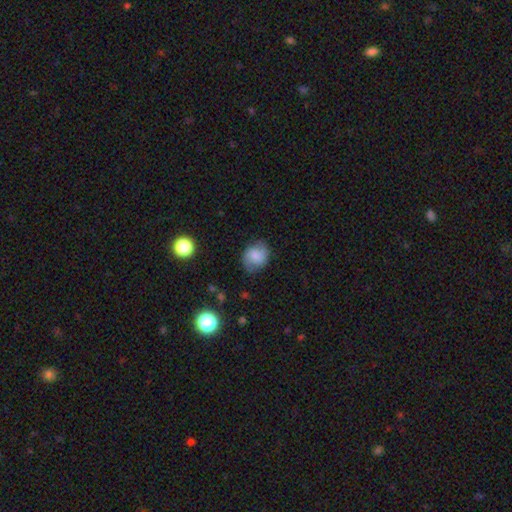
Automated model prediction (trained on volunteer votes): Smooth or featured? smooth (61%)
How rounded? round (57%)
Merging? none (72%)